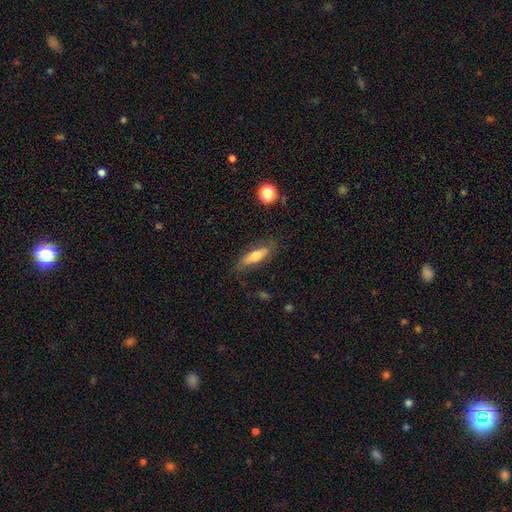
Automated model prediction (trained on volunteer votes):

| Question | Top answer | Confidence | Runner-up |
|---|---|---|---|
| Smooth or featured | smooth | 64% | featured or disk (29%) |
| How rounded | cigar-shaped | 57% | in between (40%) |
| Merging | none | 80% | minor disturbance (15%) |